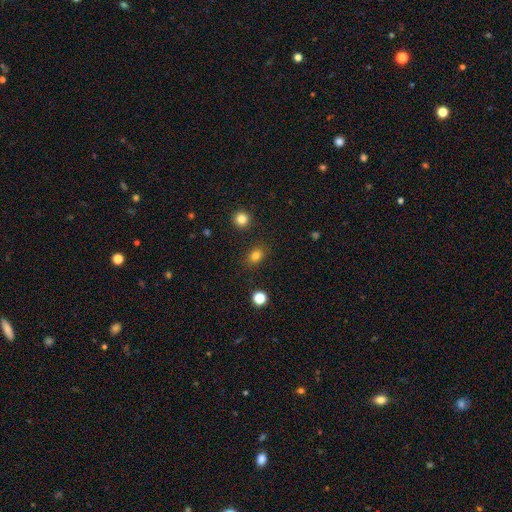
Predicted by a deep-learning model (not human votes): smooth 81%, star or artifact 13%, featured or disk 6%. Down the decision tree: how rounded — in between (53%); merging — none (86%).